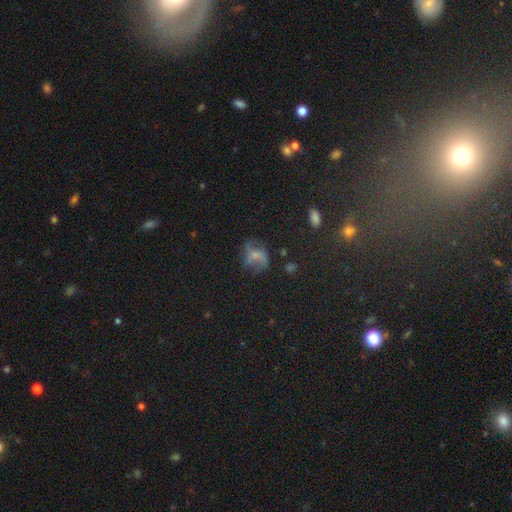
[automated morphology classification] This appears to be a featured or disk galaxy (44%). Merging: none (49%).